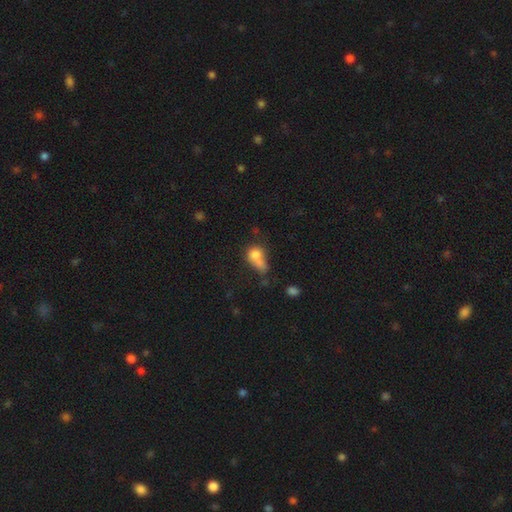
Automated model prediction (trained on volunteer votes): Morphology: type=smooth (73%); roundness=in between (48%); merging=merger (42%).